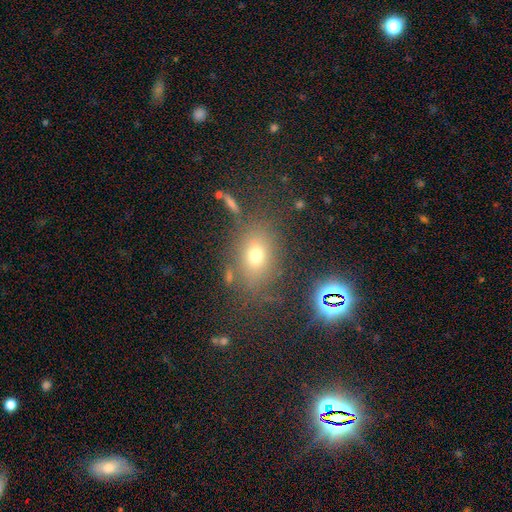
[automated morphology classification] smooth_or_featured: smooth (p=0.64) [alt: star or artifact p=0.21]
how_rounded: in between (p=0.65) [alt: round p=0.32]
merging: none (p=0.75) [alt: minor disturbance p=0.13]